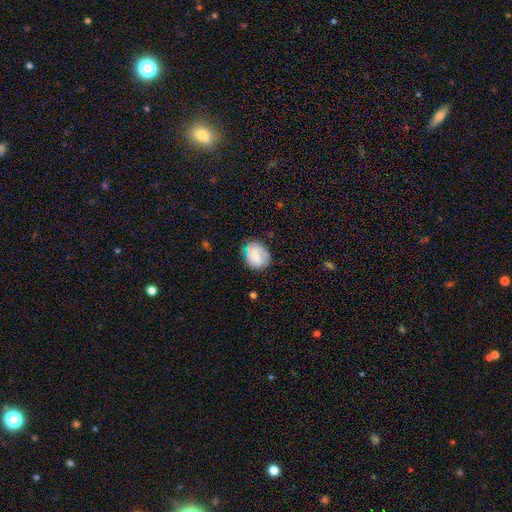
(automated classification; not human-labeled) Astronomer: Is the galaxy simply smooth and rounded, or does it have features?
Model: smooth — 68%.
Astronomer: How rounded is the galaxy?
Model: round — 59% (runner-up: in between, 39%).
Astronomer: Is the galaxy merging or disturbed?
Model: none — 71%.